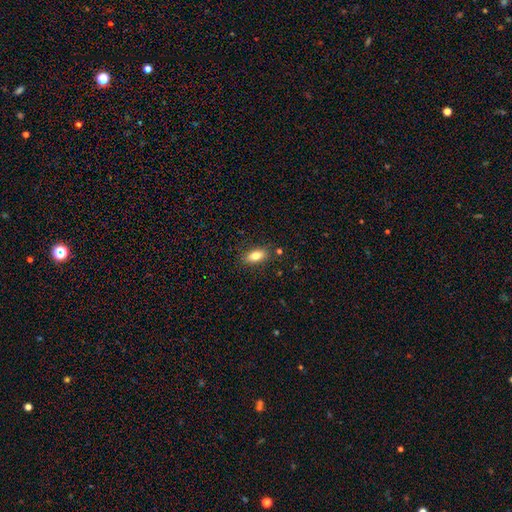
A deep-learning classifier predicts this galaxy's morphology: Smooth or featured: smooth — 79% (featured or disk — 13%)
How rounded: in between — 84% (cigar-shaped — 10%)
Merging: none — 84% (minor disturbance — 11%)